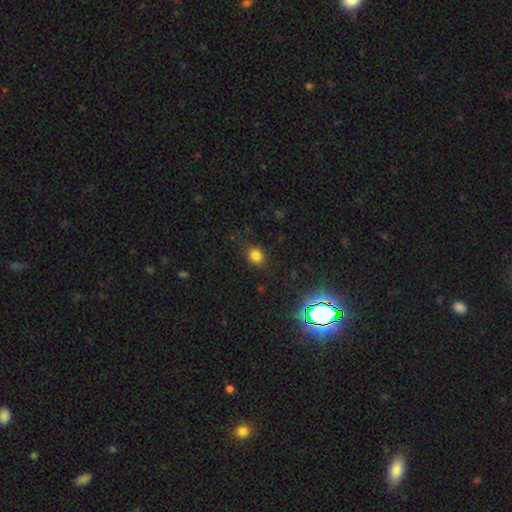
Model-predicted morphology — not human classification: Smooth or featured?
  - smooth: 79% *
  - star or artifact: 16%
  - featured or disk: 6%
How rounded?
  - round: 66% *
  - in between: 33%
  - cigar-shaped: 1%
Merging?
  - none: 84% *
  - minor disturbance: 11%
  - major disturbance: 3%
  - merger: 1%